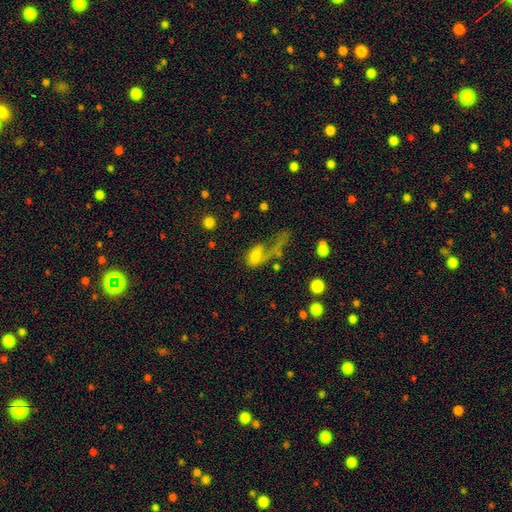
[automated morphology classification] smooth 60%, featured or disk 28%, star or artifact 12%. Down the decision tree: how rounded — in between (81%); merging — major disturbance (51%).